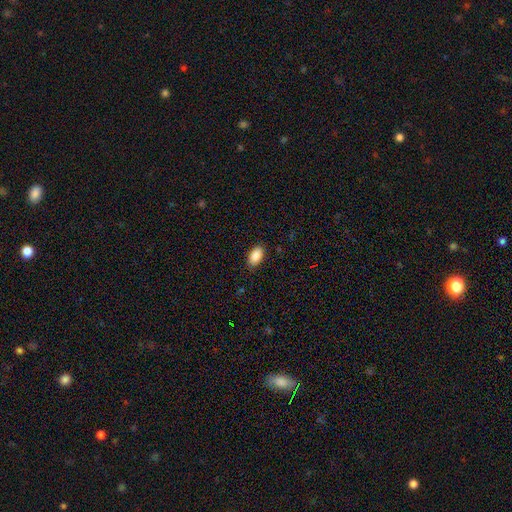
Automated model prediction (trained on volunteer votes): Morphology: type=smooth (89%); roundness=in between (94%); merging=none (86%).